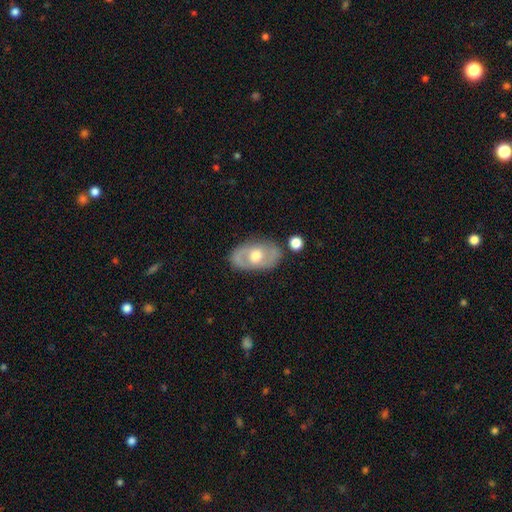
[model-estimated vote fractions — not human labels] Overall: featured or disk (63%; smooth 31%). Edge-on disk: no (90%). Bar: no (73%). Spiral arms: no (53%; yes 47%). Bulge size: moderate (73%). Merging: none (77%).